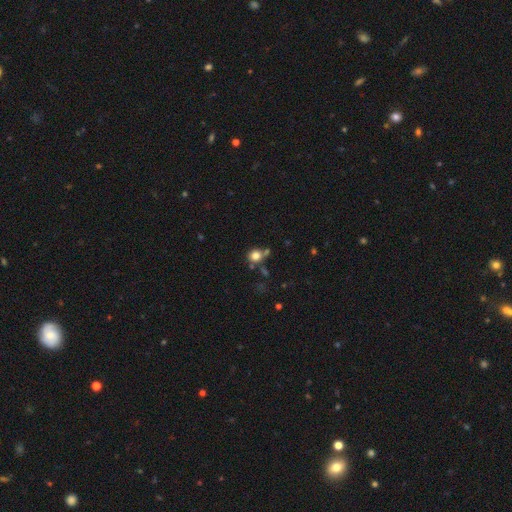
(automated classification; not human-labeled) Smooth or featured? Predicted: smooth (p=0.79). How rounded? Predicted: round (p=0.82). Merging? Predicted: none (p=0.61).